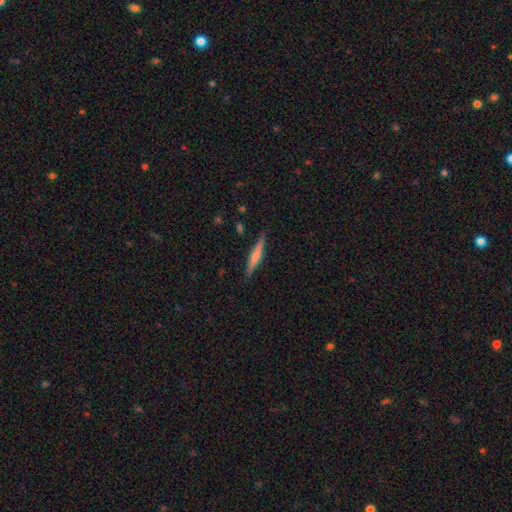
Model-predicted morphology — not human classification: smooth_or_featured: featured or disk (p=0.50) [alt: smooth p=0.44]
disk_edge_on: yes (p=0.97) [alt: no p=0.03]
merging: none (p=0.90) [alt: minor disturbance p=0.08]